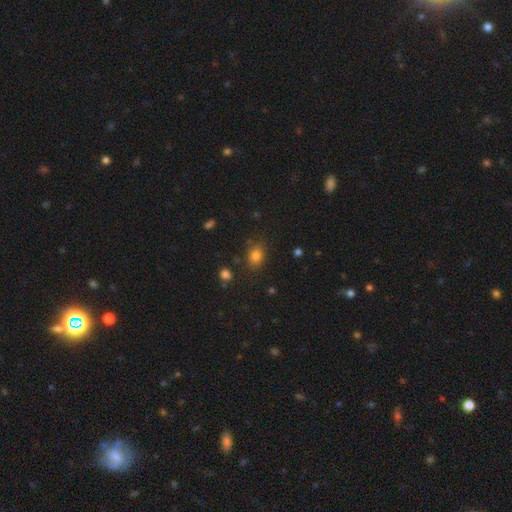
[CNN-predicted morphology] Overall: smooth (80%). How rounded: in between (57%; round 42%). Merging: none (81%).